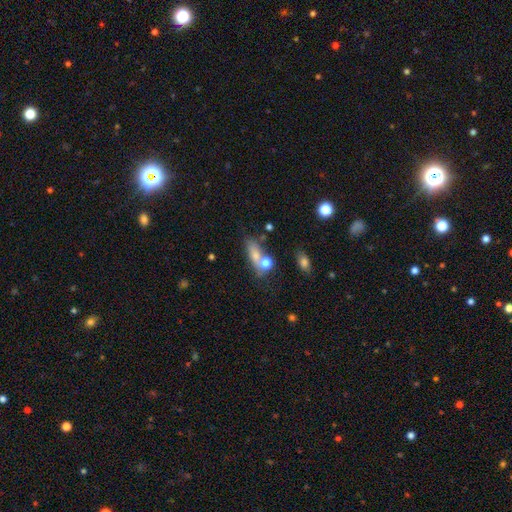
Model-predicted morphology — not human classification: Smooth or featured? Predicted: smooth (p=0.64). How rounded? Predicted: in between (p=0.56). Merging? Predicted: none (p=0.50).